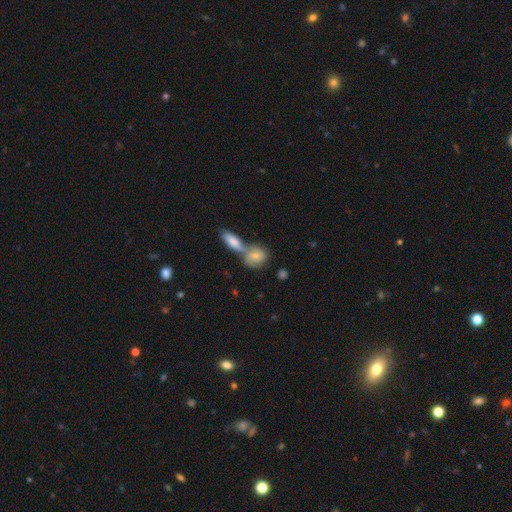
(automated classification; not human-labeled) Smooth or featured: smooth — 65% (featured or disk — 27%)
How rounded: in between — 47% (round — 46%)
Merging: merger — 54% (none — 32%)